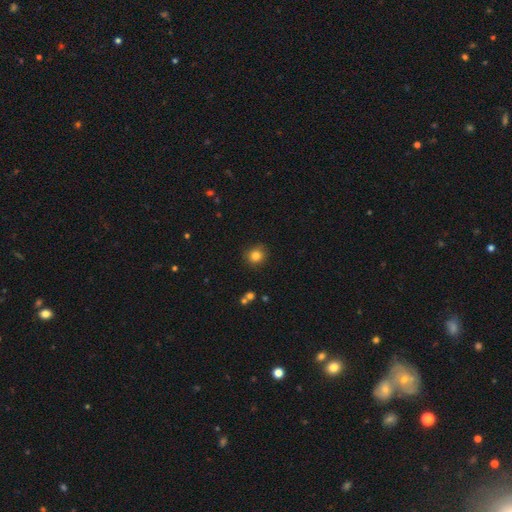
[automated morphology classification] A smooth galaxy with no disk features (83%) that is round (90%).

Vote fractions:
- Smooth or featured? smooth: 83% / star or artifact: 11% / featured or disk: 6%
- How rounded? round: 90% / in between: 10% / cigar-shaped: 1%
- Merging? none: 89% / minor disturbance: 8% / major disturbance: 2% / merger: 2%